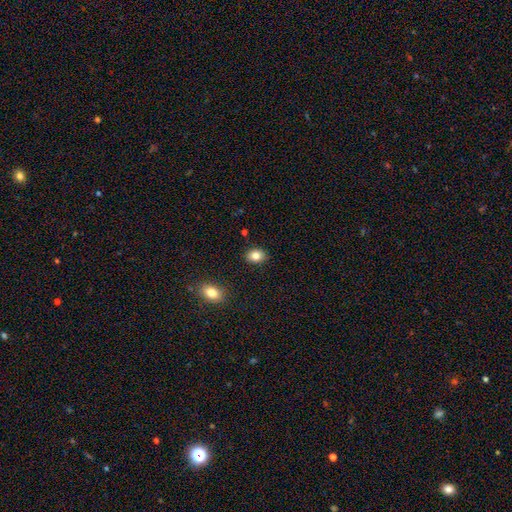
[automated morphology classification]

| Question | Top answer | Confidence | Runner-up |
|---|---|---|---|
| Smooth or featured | smooth | 84% | star or artifact (9%) |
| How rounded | in between | 62% | round (37%) |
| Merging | none | 88% | minor disturbance (8%) |